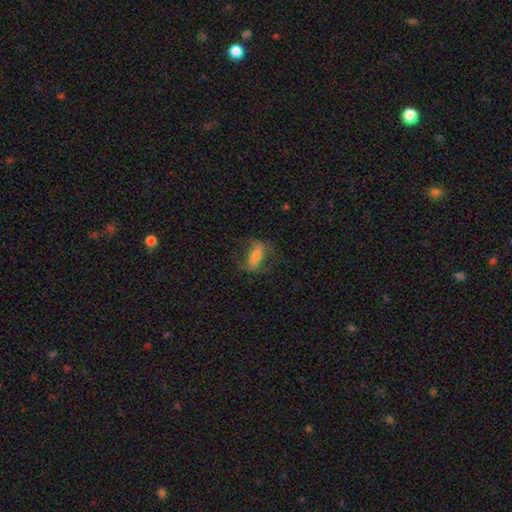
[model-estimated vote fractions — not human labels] Smooth or featured? smooth (53%)
How rounded? in between (63%)
Merging? none (63%)